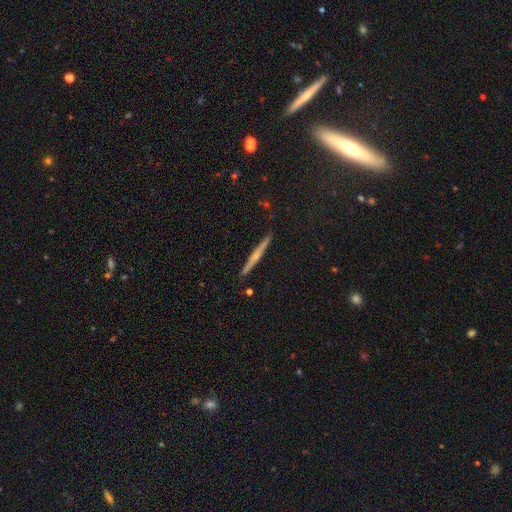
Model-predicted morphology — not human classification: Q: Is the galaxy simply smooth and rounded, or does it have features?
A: featured or disk — 69%.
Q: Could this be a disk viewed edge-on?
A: yes — 98%.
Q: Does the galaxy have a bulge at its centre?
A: rounded — 74%.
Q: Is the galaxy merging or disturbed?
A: none — 91%.